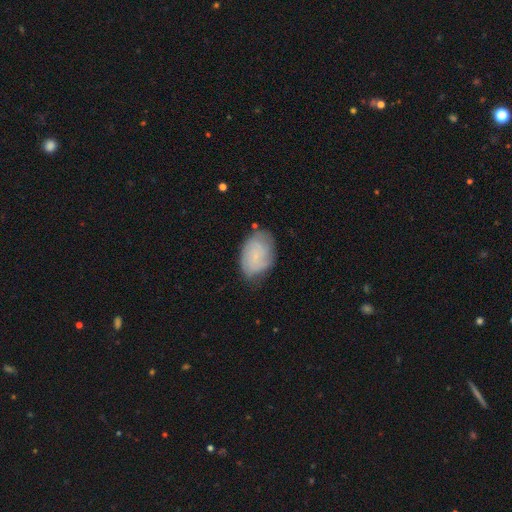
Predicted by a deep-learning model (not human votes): Q: Smooth or featured?
A: smooth (58%); runner-up: featured or disk (35%)
Q: How rounded?
A: in between (85%); runner-up: round (14%)
Q: Merging?
A: none (64%); runner-up: minor disturbance (27%)